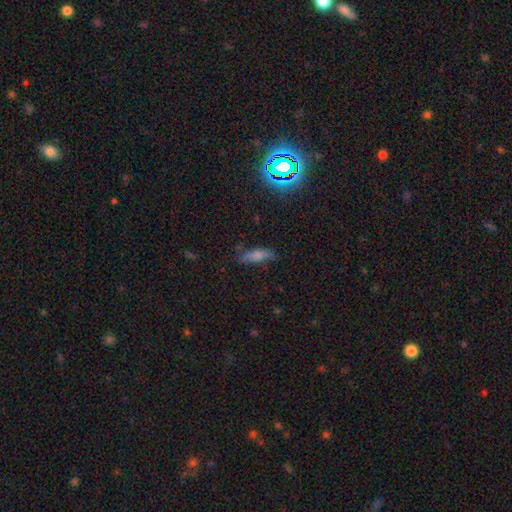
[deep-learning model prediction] A smooth galaxy with no disk features (63%) that is in between round and cigar-shaped (52%).

Vote fractions:
- Smooth or featured? smooth: 63% / featured or disk: 21% / star or artifact: 15%
- How rounded? in between: 52% / cigar-shaped: 45% / round: 3%
- Merging? none: 68% / minor disturbance: 24% / major disturbance: 6% / merger: 2%